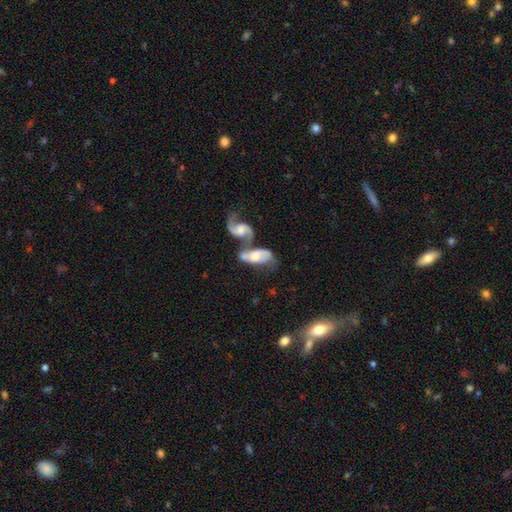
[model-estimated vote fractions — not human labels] The model was most divided on "bulge size": moderate: 49%, small: 31%, large: 11%, none: 8%, dominant: 2%. More confident: edge-on disk — no (92%); spiral arms — yes (81%); merging — merger (70%); smooth or featured — featured or disk (65%); bar — no (56%).